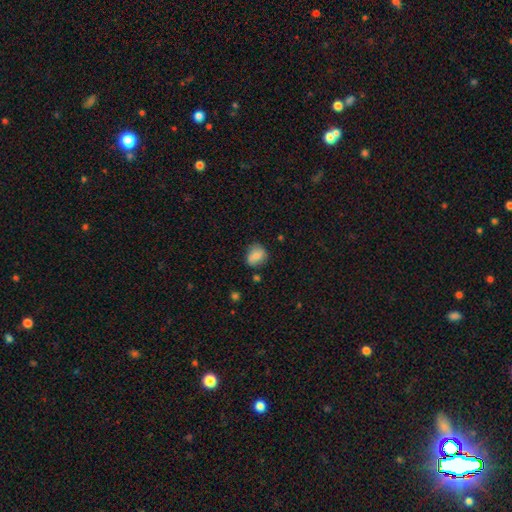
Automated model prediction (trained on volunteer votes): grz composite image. It shows a smooth galaxy with no disk features (78%) that is round (57%). Merging: none (72%).